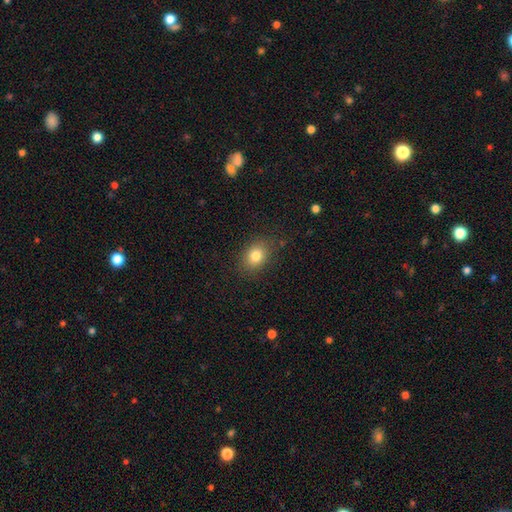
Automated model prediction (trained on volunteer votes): Smooth or featured: smooth — 81% (star or artifact — 10%)
How rounded: in between — 64% (round — 35%)
Merging: none — 82% (minor disturbance — 12%)